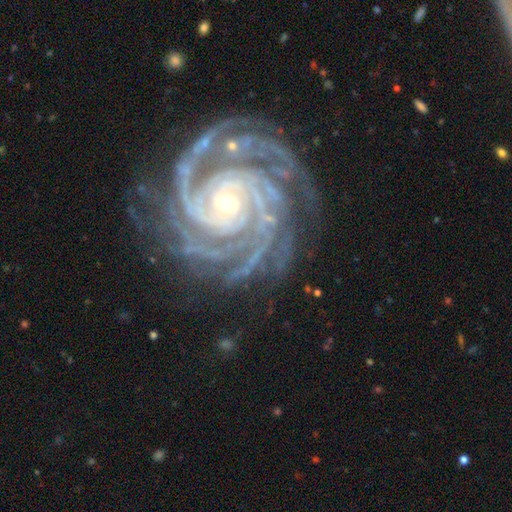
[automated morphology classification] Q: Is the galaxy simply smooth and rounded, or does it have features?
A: featured or disk — 93%.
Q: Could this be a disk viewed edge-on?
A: no — 98%.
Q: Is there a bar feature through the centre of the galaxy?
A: no — 58%.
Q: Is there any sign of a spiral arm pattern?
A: yes — 99%.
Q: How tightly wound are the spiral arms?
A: tight — 81%.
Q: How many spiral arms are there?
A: more than 4 — 28%, tied with 4.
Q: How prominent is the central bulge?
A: small — 60%.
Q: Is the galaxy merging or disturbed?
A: none — 78%.